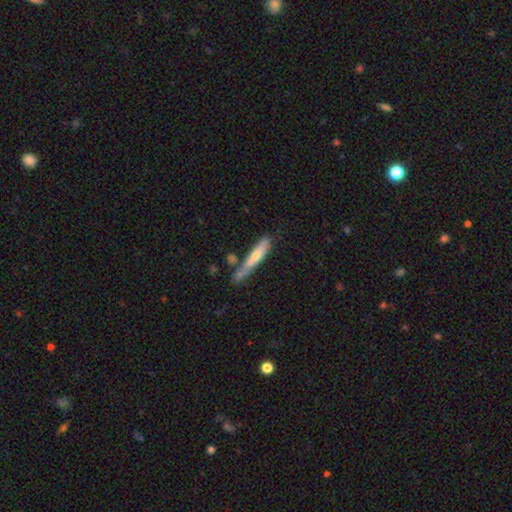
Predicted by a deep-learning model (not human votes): This is possibly a smooth galaxy (58%). How rounded: clearly cigar-shaped (88%). Merging: possibly none (52%).